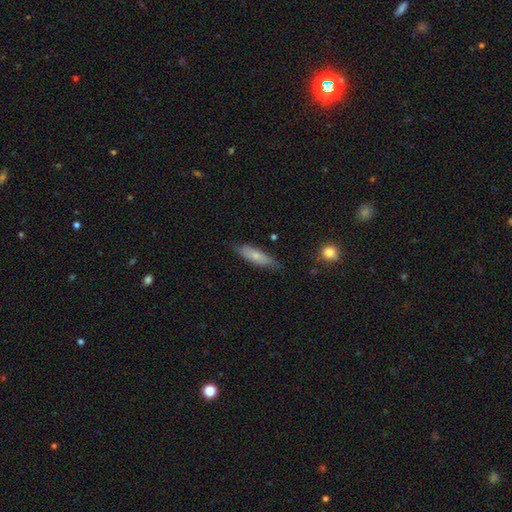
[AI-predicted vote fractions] smooth 66%, featured or disk 27%, star or artifact 6%. Down the decision tree: how rounded — cigar-shaped (54%); merging — none (74%).